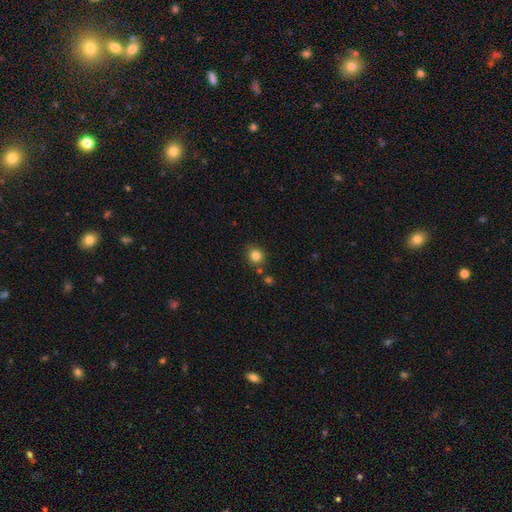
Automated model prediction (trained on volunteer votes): smooth_or_featured: smooth (p=0.83) [alt: star or artifact p=0.12]
how_rounded: round (p=0.86) [alt: in between p=0.13]
merging: none (p=0.81) [alt: minor disturbance p=0.10]